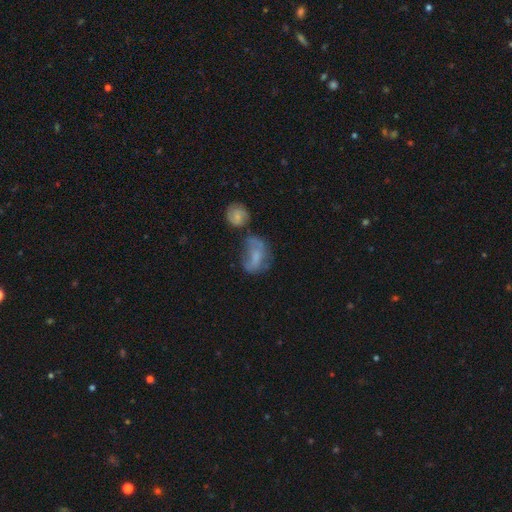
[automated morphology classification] Smooth or featured? smooth (46%)
Merging? none (32%)